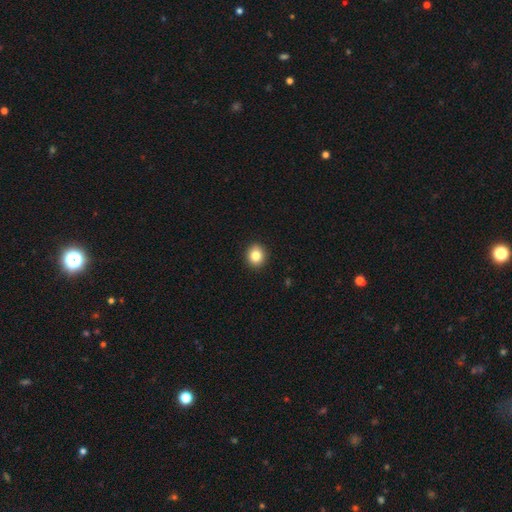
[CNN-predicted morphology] Smooth or featured: smooth — 84% (star or artifact — 10%)
How rounded: round — 83% (in between — 16%)
Merging: none — 93% (minor disturbance — 5%)